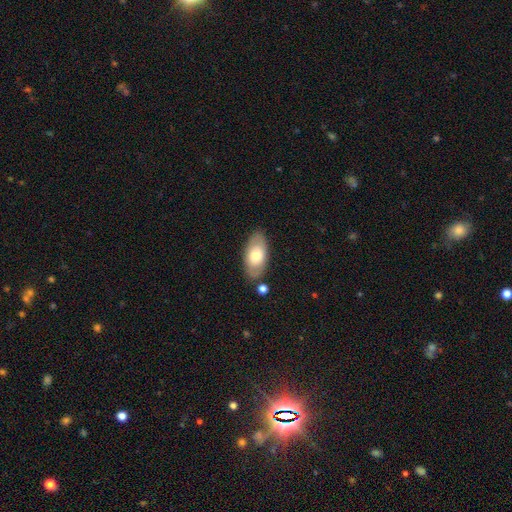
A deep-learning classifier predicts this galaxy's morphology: This is likely a smooth galaxy (66%). How rounded: clearly in between (93%). Merging: likely none (78%).